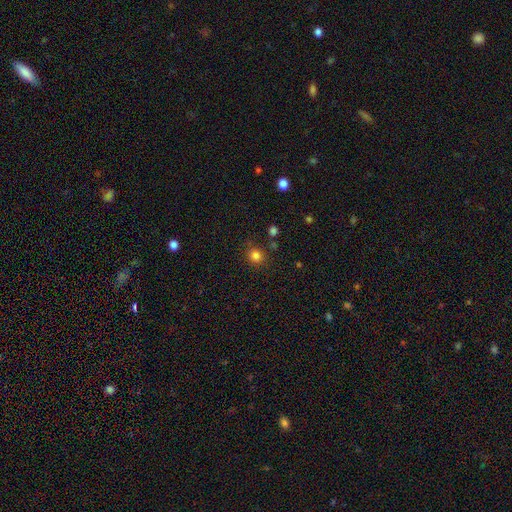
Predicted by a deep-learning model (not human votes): Smooth or featured? Predicted: smooth (p=0.82). How rounded? Predicted: round (p=0.88). Merging? Predicted: none (p=0.83).